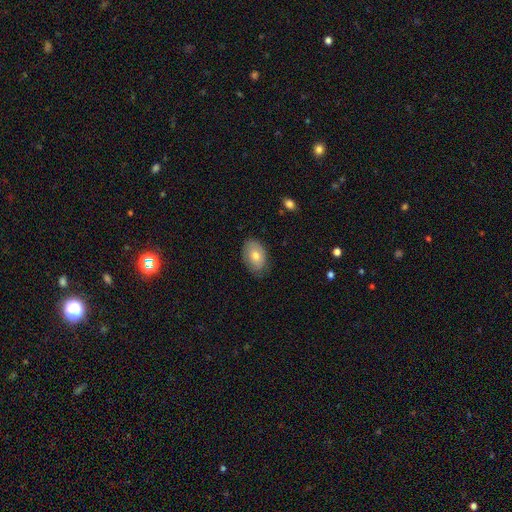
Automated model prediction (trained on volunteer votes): Smooth or featured: smooth — 69% (featured or disk — 24%)
How rounded: in between — 89% (round — 10%)
Merging: none — 78% (minor disturbance — 18%)